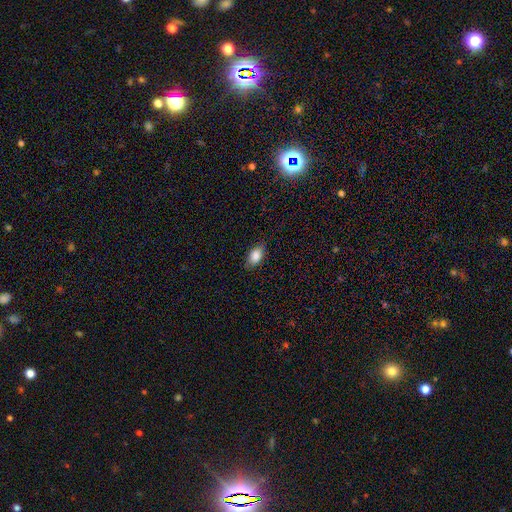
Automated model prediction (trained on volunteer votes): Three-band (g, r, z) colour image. It shows a smooth galaxy with no disk features (85%) that is in between round and cigar-shaped (89%). Merging: none (83%).